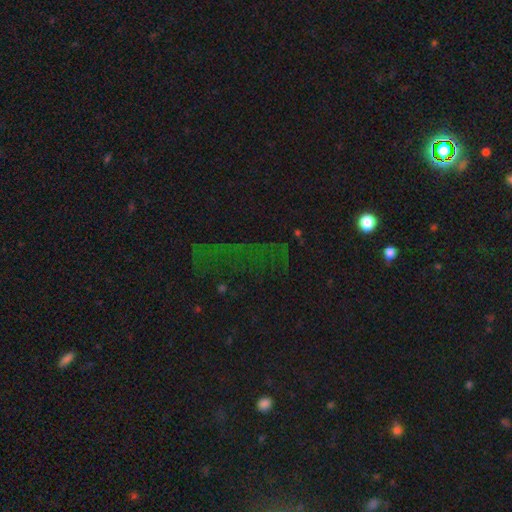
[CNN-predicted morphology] This is likely a star or artifact rather than a galaxy (72%).